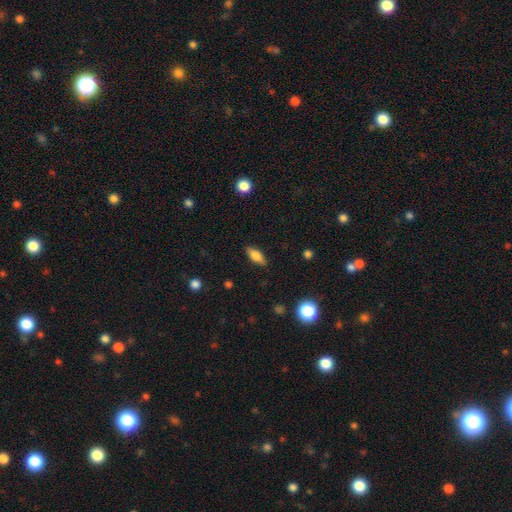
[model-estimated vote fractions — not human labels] smooth_or_featured: smooth (p=0.71) [alt: featured or disk p=0.21]
how_rounded: in between (p=0.74) [alt: cigar-shaped p=0.23]
merging: none (p=0.86) [alt: minor disturbance p=0.10]